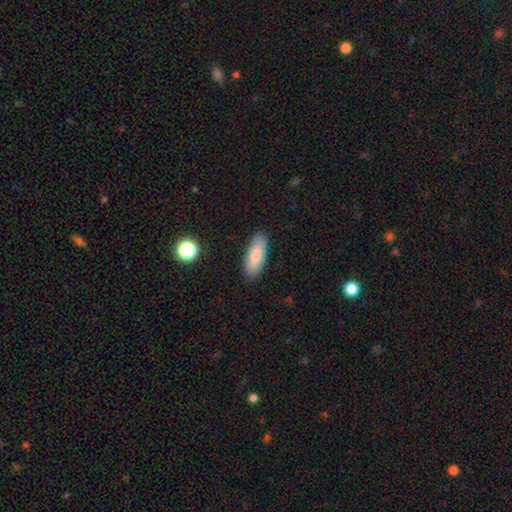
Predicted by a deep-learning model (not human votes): Smooth or featured? smooth (78%)
How rounded? in between (71%)
Merging? none (87%)